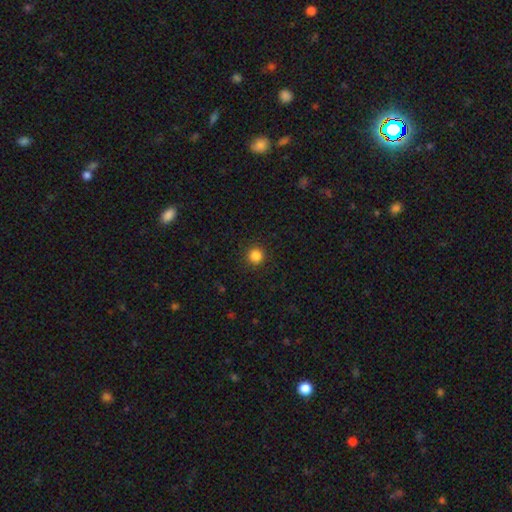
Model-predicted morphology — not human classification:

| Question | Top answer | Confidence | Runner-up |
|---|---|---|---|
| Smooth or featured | smooth | 84% | star or artifact (12%) |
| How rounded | round | 95% | in between (4%) |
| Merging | none | 92% | minor disturbance (5%) |